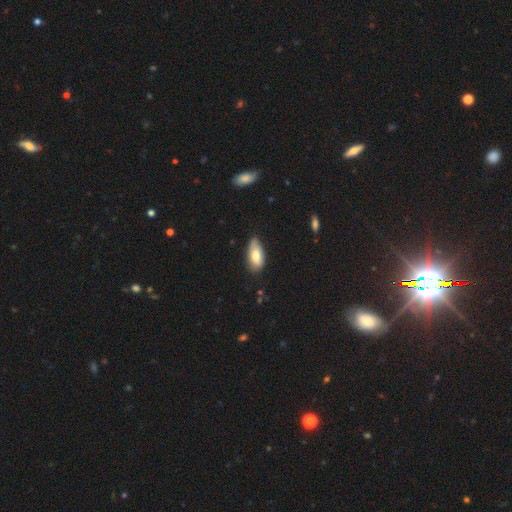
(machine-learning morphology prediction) A smooth galaxy with no disk features (74%) that is in between round and cigar-shaped (89%). Merging: none (64%).